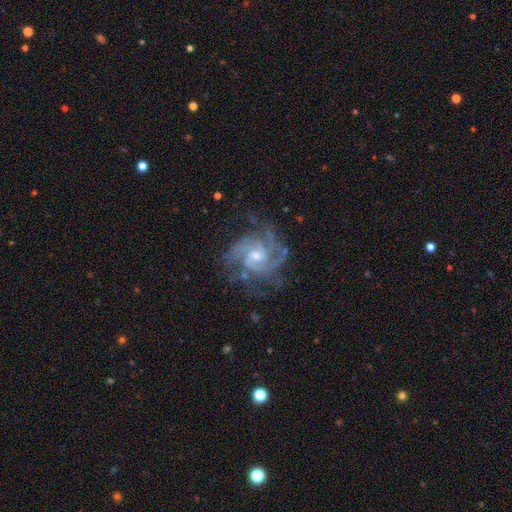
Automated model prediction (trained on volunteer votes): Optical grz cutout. It shows a featured or disk galaxy (91%) with no bar (50%), 3 (36%) tight (47%) spiral arms (98%) and a moderate central bulge (54%). Merging: none (69%).